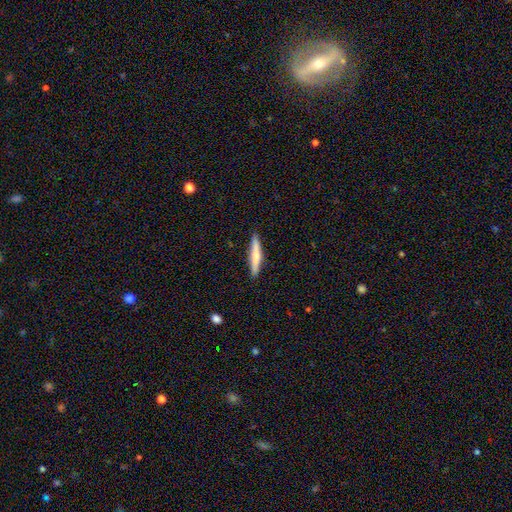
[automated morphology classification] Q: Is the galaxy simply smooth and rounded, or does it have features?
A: smooth — 58%.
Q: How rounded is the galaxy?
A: cigar-shaped — 92%.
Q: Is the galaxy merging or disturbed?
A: none — 90%.